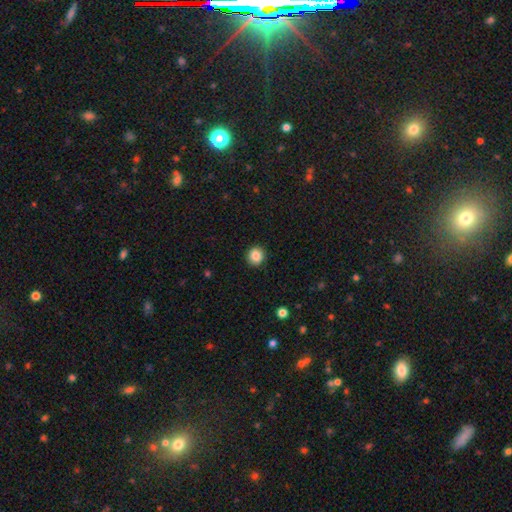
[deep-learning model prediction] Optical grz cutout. It shows a smooth galaxy with no disk features (85%) that is round (89%). Merging: none (92%).